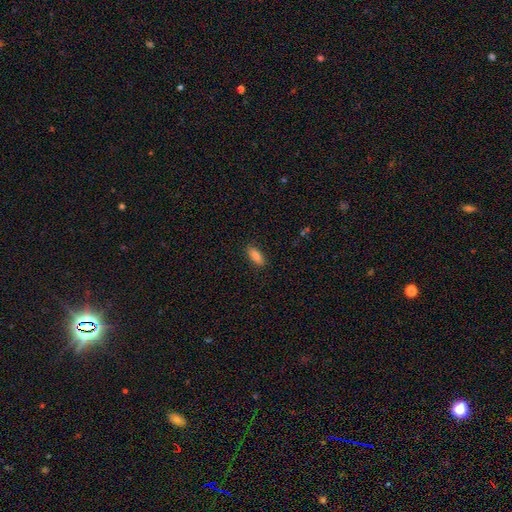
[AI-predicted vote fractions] The model was most divided on "how rounded": in between: 72%, cigar-shaped: 26%, round: 2%. More confident: merging — none (88%); smooth or featured — smooth (84%).